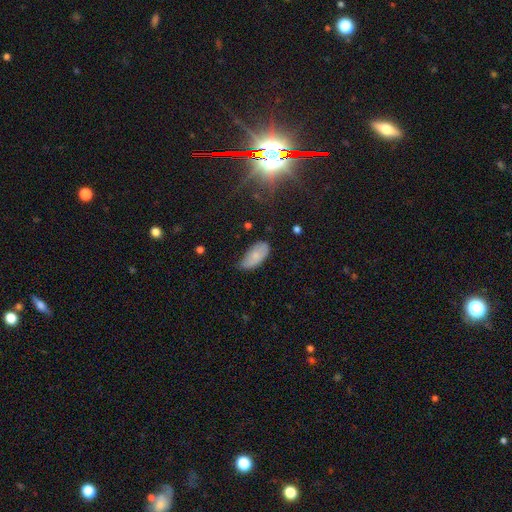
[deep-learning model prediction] A smooth galaxy with no disk features (75%) that is in between round and cigar-shaped (93%).

Vote fractions:
- Smooth or featured? smooth: 75% / featured or disk: 17% / star or artifact: 8%
- How rounded? in between: 93% / cigar-shaped: 5% / round: 2%
- Merging? none: 49% / minor disturbance: 40% / major disturbance: 9% / merger: 2%